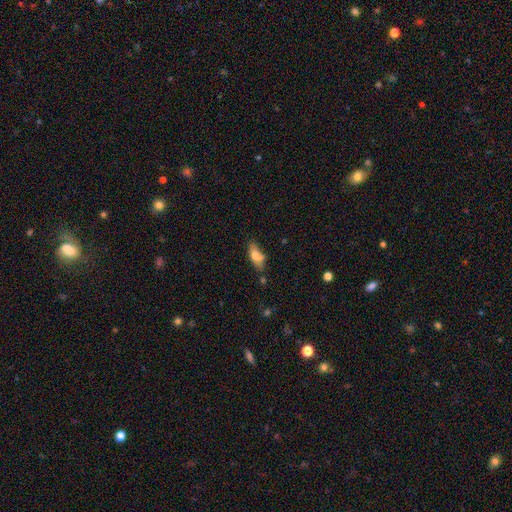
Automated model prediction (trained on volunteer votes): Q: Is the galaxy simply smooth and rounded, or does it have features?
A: smooth — 71%.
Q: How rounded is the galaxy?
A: in between — 74%.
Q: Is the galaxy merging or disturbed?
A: none — 54%.